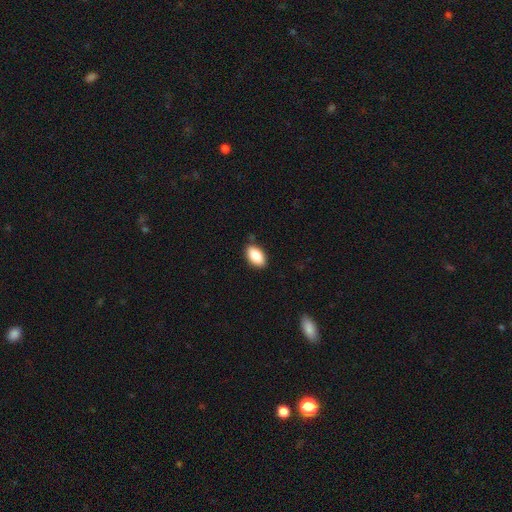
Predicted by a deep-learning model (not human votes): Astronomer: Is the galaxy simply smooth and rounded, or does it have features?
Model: smooth — 86%.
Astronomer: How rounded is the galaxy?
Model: in between — 93%.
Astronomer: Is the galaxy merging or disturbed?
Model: none — 85%.